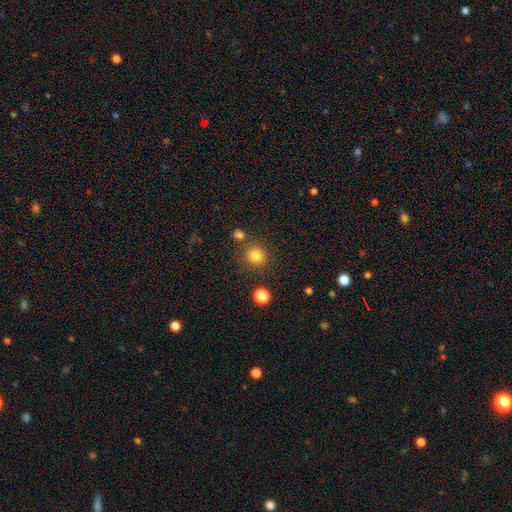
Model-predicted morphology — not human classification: This is clearly a smooth galaxy (82%). How rounded: clearly round (92%). Merging: clearly none (82%).